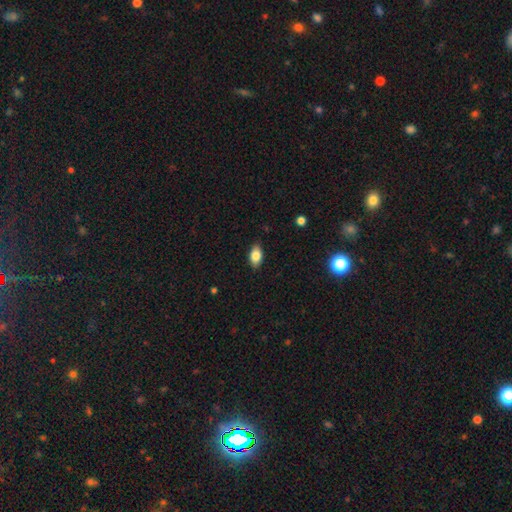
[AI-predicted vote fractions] Morphology: type=smooth (83%); roundness=in between (90%); merging=none (86%).